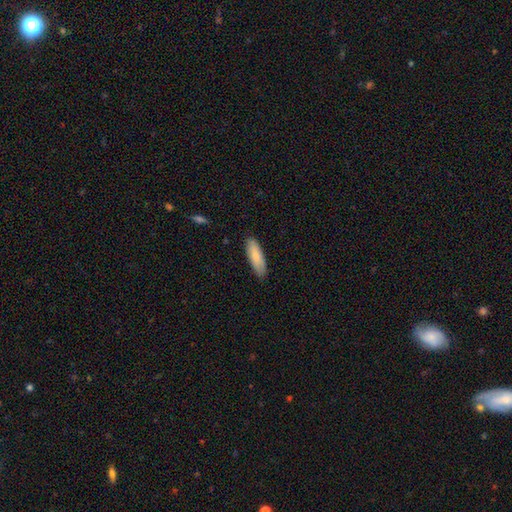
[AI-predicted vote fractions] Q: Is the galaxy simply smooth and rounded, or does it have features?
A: smooth — 83%.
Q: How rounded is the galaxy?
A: in between — 54%.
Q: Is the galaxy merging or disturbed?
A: none — 86%.